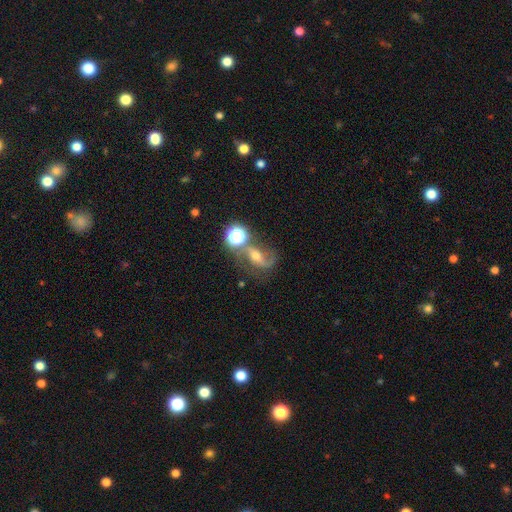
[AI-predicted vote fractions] A featured or disk galaxy (65%) with no bar (38%), 2 (77%) loose (50%) spiral arms (89%) and a moderate central bulge (58%). Merging: none (52%).